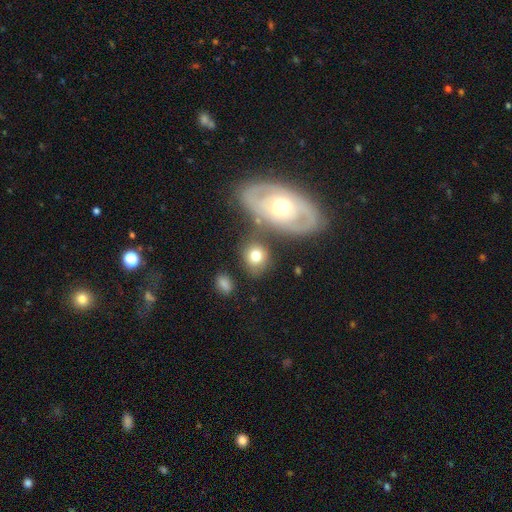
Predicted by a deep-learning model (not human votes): Q: Smooth or featured?
A: smooth (72%); runner-up: featured or disk (19%)
Q: How rounded?
A: round (69%); runner-up: in between (30%)
Q: Merging?
A: none (64%); runner-up: merger (17%)